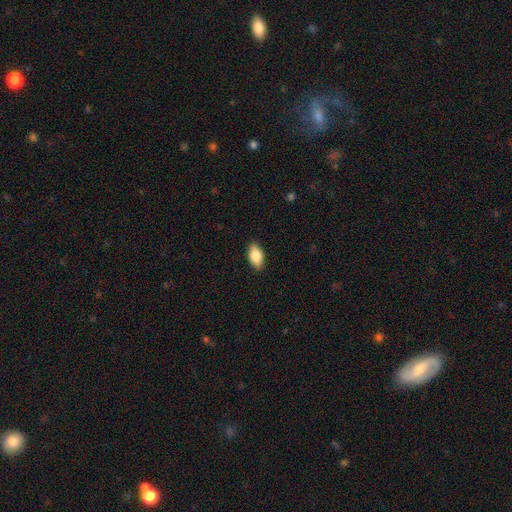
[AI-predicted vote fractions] Morphology: type=smooth (81%); roundness=in between (90%); merging=none (88%).